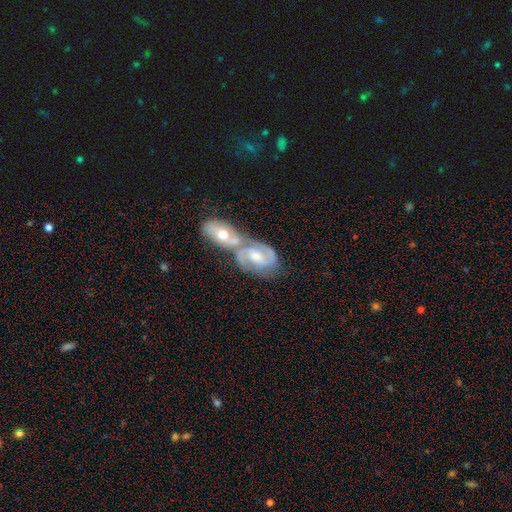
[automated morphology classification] The model was most divided on "bulge size": moderate: 53%, small: 37%, large: 4%, none: 3%, dominant: 2%. More confident: edge-on disk — no (92%); spiral arms — yes (74%); merging — merger (68%); smooth or featured — featured or disk (66%); bar — no (63%).